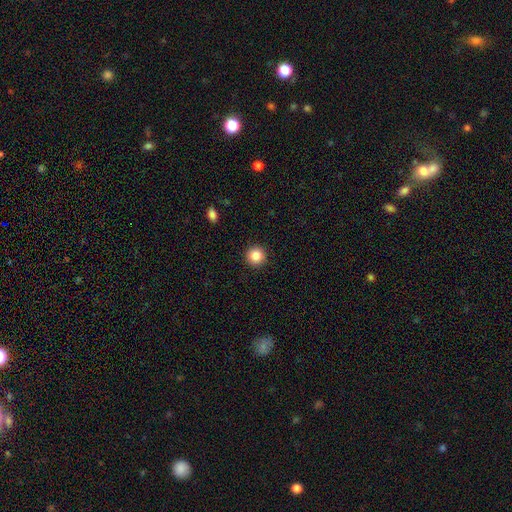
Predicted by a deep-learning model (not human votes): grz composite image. It shows a smooth galaxy with no disk features (86%) that is round (96%). Merging: none (93%).